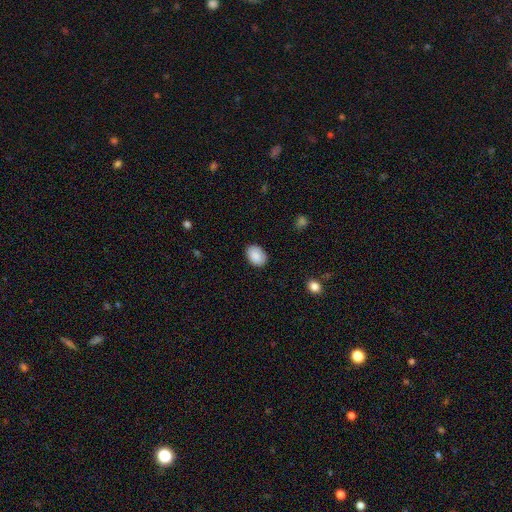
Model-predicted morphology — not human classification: Smooth or featured: smooth — 89% (star or artifact — 7%)
How rounded: in between — 78% (round — 21%)
Merging: none — 86% (minor disturbance — 11%)